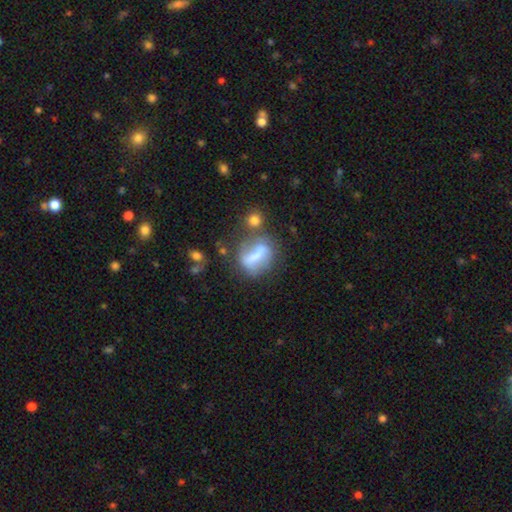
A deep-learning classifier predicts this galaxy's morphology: Smooth or featured?
  - smooth: 47% *
  - featured or disk: 42%
  - star or artifact: 10%
Merging?
  - none: 45% *
  - minor disturbance: 21%
  - merger: 18%
  - major disturbance: 16%